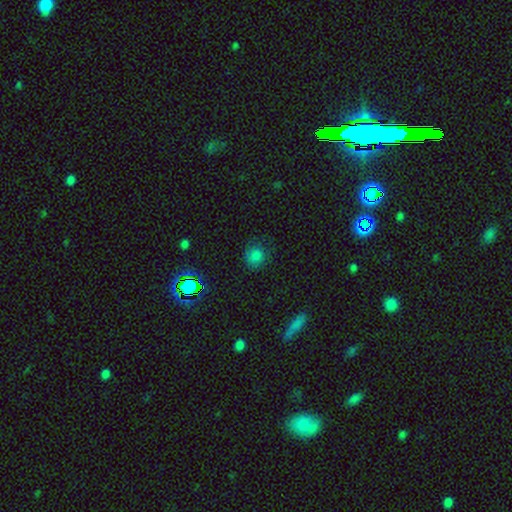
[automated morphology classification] Smooth or featured: smooth — 76% (star or artifact — 19%)
How rounded: round — 84% (in between — 15%)
Merging: none — 78% (minor disturbance — 16%)